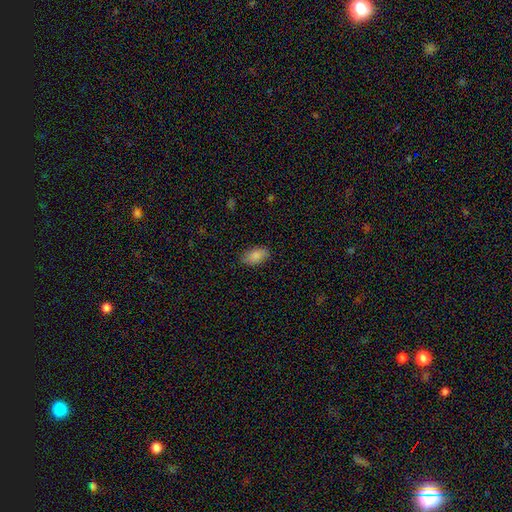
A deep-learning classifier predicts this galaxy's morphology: smooth_or_featured: smooth (p=0.87) [alt: star or artifact p=0.07]
how_rounded: in between (p=0.93) [alt: round p=0.05]
merging: none (p=0.85) [alt: minor disturbance p=0.12]